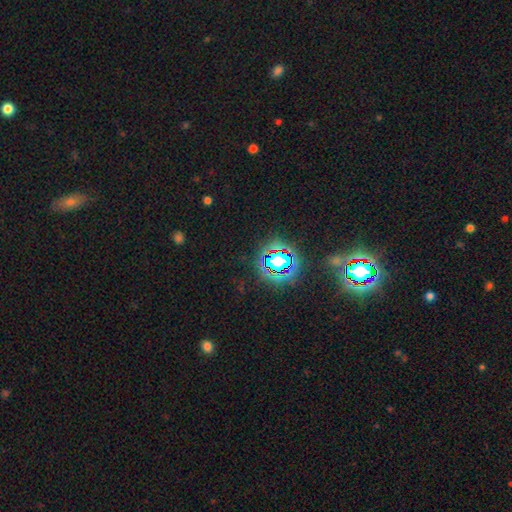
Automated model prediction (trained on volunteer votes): Smooth or featured? Predicted: star or artifact (p=0.80).